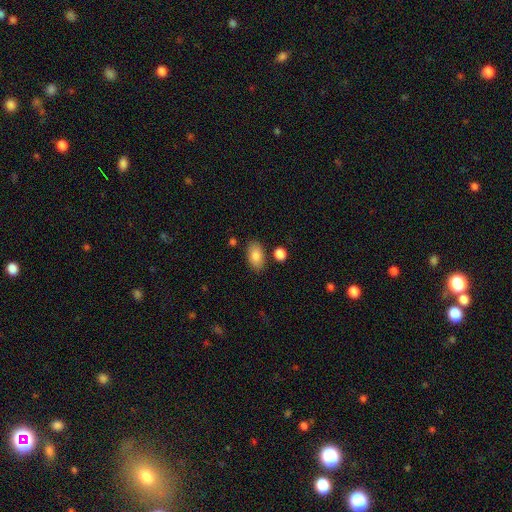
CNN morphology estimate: A smooth galaxy with no disk features (85%) that is in between round and cigar-shaped (93%). Merging: none (82%).